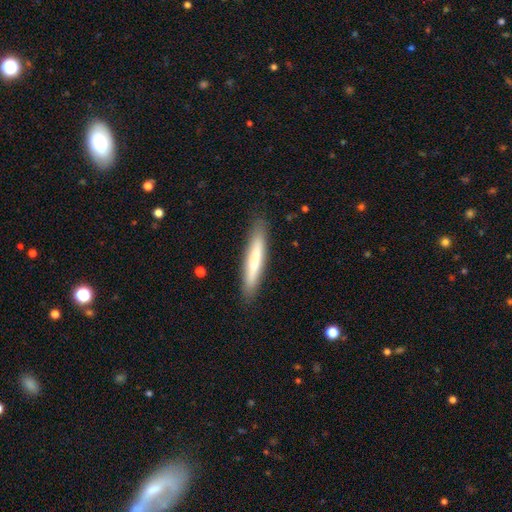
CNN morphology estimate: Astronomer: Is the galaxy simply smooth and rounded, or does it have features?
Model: smooth — 68%.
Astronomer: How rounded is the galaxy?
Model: cigar-shaped — 92%.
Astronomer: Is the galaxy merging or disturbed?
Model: none — 87%.